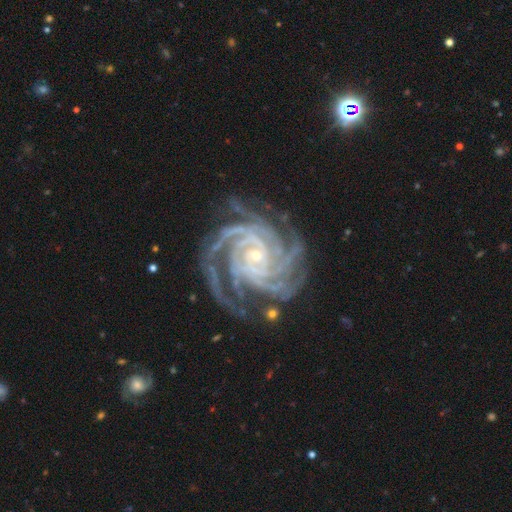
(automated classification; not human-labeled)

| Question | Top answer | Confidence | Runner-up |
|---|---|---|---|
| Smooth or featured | featured or disk | 93% | star or artifact (4%) |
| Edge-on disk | no | 98% | yes (2%) |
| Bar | no | 60% | weak (24%) |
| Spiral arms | yes | 99% | no (1%) |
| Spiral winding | tight | 79% | medium (19%) |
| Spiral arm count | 4 | 33% | more than 4 (25%) |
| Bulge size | small | 81% | moderate (15%) |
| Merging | none | 75% | minor disturbance (16%) |